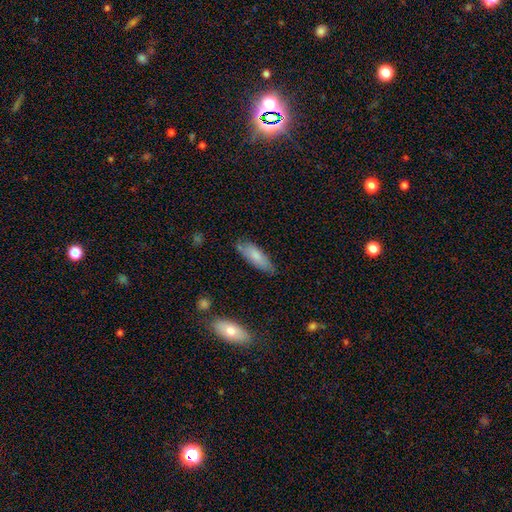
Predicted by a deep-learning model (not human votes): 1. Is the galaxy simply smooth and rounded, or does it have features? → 75% smooth, 19% featured or disk, 6% star or artifact.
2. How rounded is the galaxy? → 61% in between, 37% cigar-shaped, 2% round.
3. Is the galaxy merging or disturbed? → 72% none, 21% minor disturbance, 4% major disturbance, 3% merger.